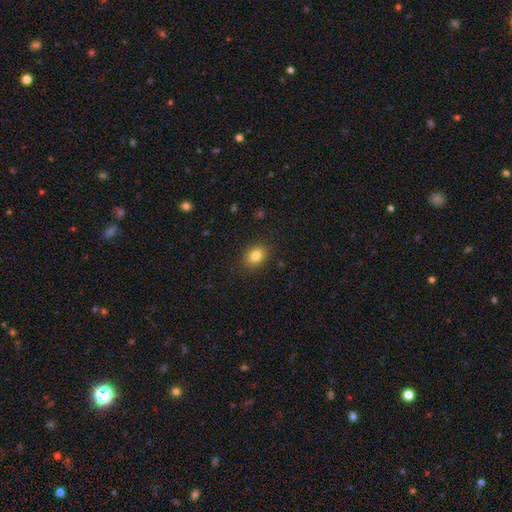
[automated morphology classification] Q: Smooth or featured?
A: smooth (83%); runner-up: star or artifact (10%)
Q: How rounded?
A: in between (63%); runner-up: round (36%)
Q: Merging?
A: none (87%); runner-up: minor disturbance (9%)